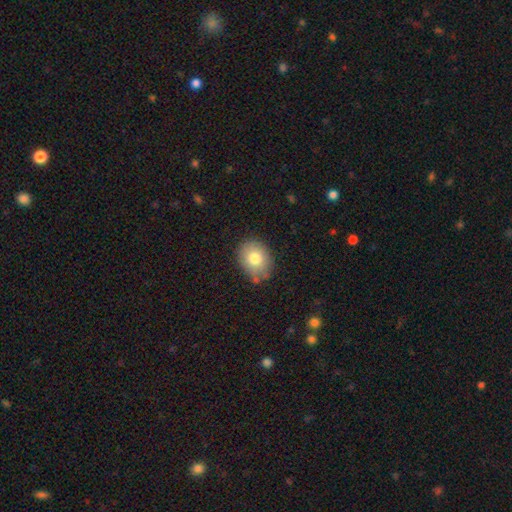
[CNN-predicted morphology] Smooth or featured?
  - smooth: 70% *
  - star or artifact: 17%
  - featured or disk: 13%
How rounded?
  - round: 52% *
  - in between: 47%
  - cigar-shaped: 1%
Merging?
  - none: 88% *
  - minor disturbance: 8%
  - major disturbance: 2%
  - merger: 1%